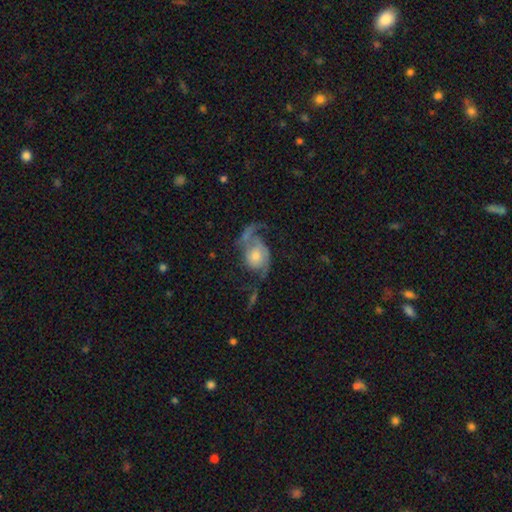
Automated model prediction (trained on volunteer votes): featured or disk 75%, smooth 18%, star or artifact 7%. Down the decision tree: edge-on disk — no (97%); bar — no (72%); spiral arms — yes (89%); spiral arm count — 2 (82%); spiral winding — loose (61%); bulge size — moderate (46%); merging — none (39%).